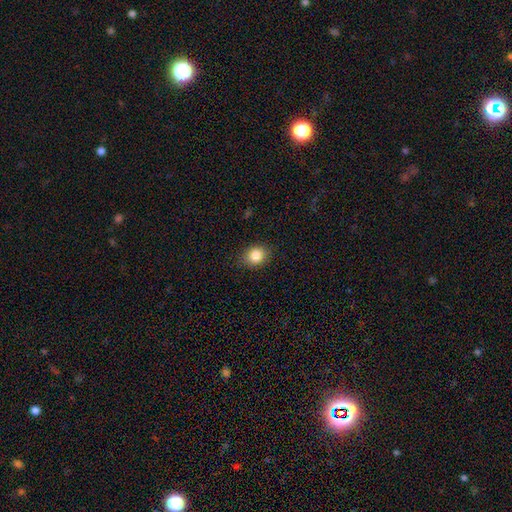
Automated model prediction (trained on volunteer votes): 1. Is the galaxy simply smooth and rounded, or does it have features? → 86% smooth, 9% star or artifact, 4% featured or disk.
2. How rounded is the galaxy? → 60% round, 39% in between, 1% cigar-shaped.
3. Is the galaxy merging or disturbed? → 84% none, 12% minor disturbance, 3% major disturbance, 1% merger.